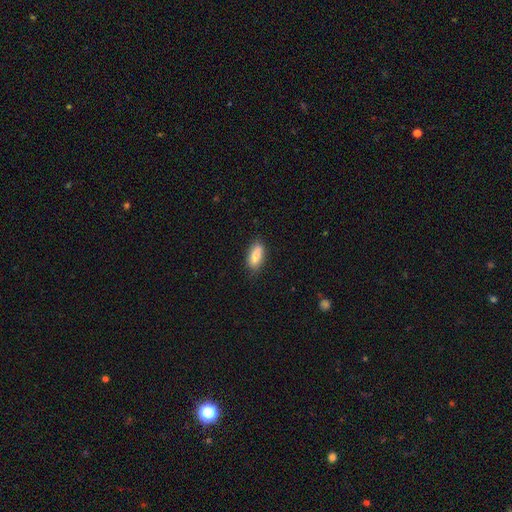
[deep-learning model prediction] Smooth or featured? Predicted: smooth (p=0.83). How rounded? Predicted: in between (p=0.78). Merging? Predicted: none (p=0.80).